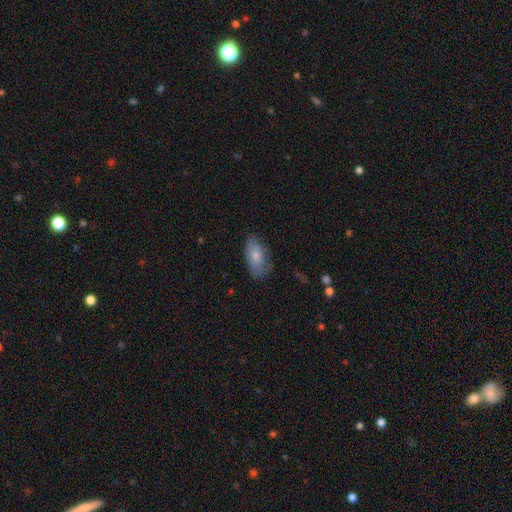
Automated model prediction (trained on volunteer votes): A smooth galaxy with no disk features (74%) that is in between round and cigar-shaped (91%).

Vote fractions:
- Smooth or featured? smooth: 74% / featured or disk: 19% / star or artifact: 7%
- How rounded? in between: 91% / cigar-shaped: 5% / round: 4%
- Merging? none: 62% / minor disturbance: 29% / major disturbance: 8% / merger: 2%